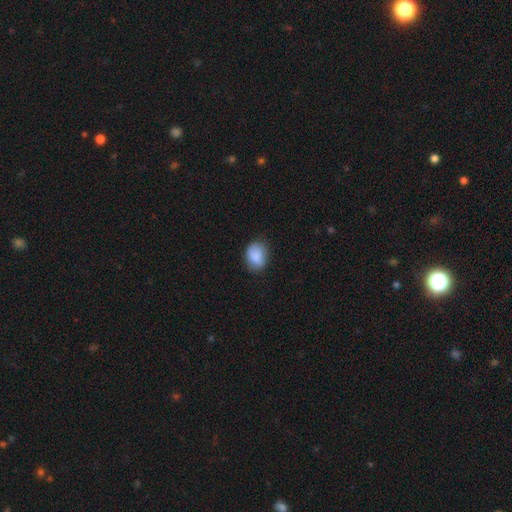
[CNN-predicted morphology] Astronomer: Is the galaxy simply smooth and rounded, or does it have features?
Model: smooth — 86%.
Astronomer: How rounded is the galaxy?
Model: in between — 61% (runner-up: round, 38%).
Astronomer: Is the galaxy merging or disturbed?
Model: none — 73%.